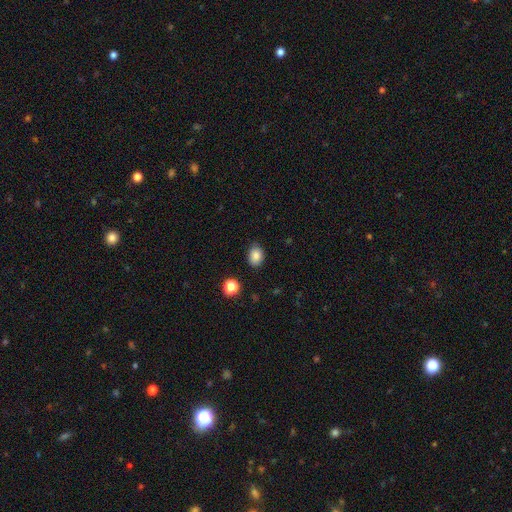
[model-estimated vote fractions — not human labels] Smooth or featured: smooth — 86% (star or artifact — 10%)
How rounded: in between — 68% (round — 31%)
Merging: none — 82% (minor disturbance — 14%)